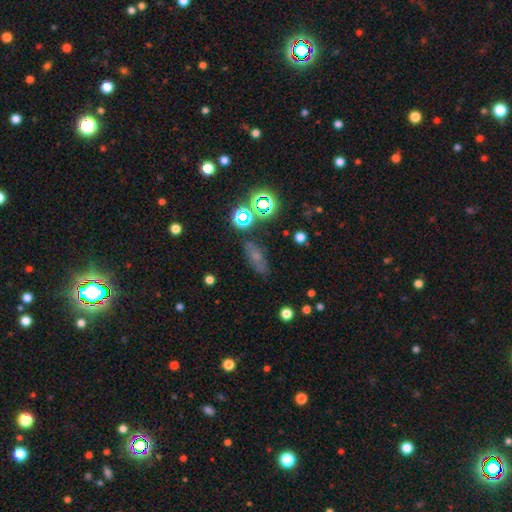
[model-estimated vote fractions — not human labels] Overall: smooth (48%; star or artifact 31%). Merging: none (70%).